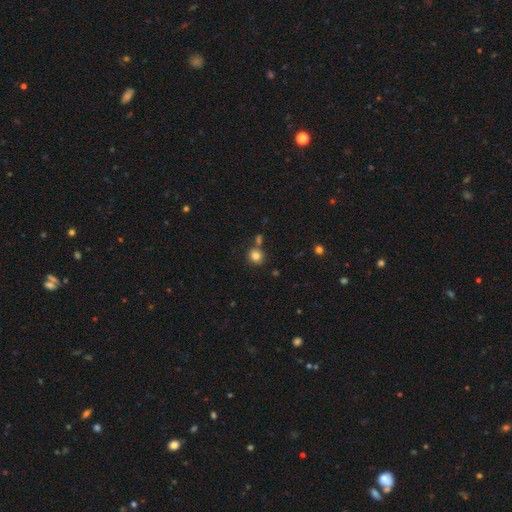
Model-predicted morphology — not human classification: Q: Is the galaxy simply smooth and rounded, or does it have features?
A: smooth — 82%.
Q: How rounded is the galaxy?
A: round — 89%.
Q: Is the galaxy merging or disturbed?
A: none — 74%.